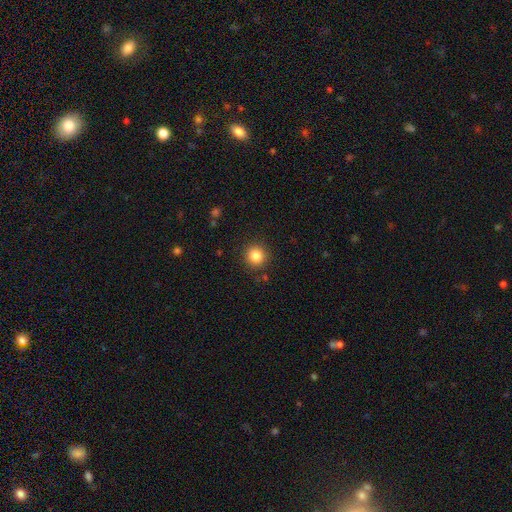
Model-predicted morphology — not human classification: The model was most divided on "smooth or featured": smooth: 84%, star or artifact: 11%, featured or disk: 5%. More confident: how rounded — round (94%); merging — none (90%).